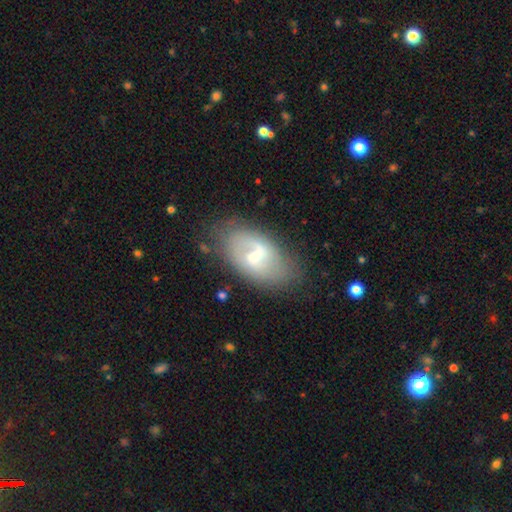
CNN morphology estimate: The model was most divided on "bulge size": moderate: 48%, small: 35%, large: 8%, none: 8%, dominant: 1%. More confident: edge-on disk — no (93%); merging — none (69%); spiral arms — yes (63%); smooth or featured — featured or disk (60%); bar — weak (54%).